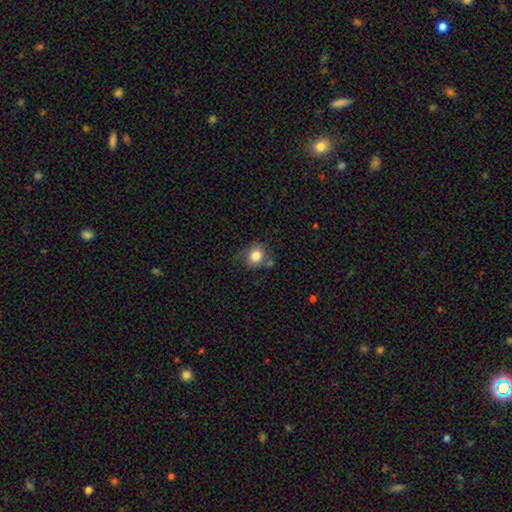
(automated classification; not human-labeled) A smooth galaxy with no disk features (83%) that is round (76%). Merging: none (59%).